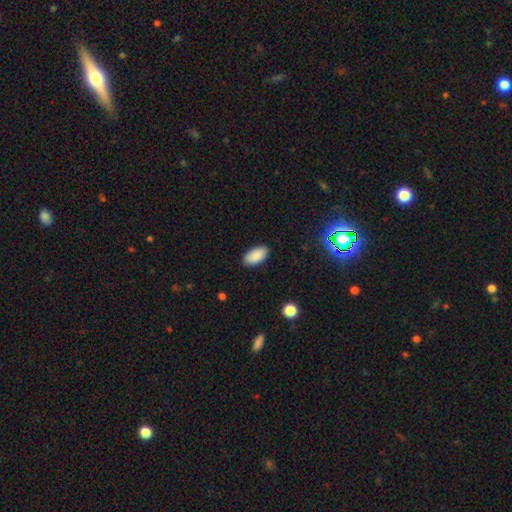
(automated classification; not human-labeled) Smooth or featured: smooth — 90% (star or artifact — 7%)
How rounded: in between — 94% (cigar-shaped — 3%)
Merging: none — 89% (minor disturbance — 9%)